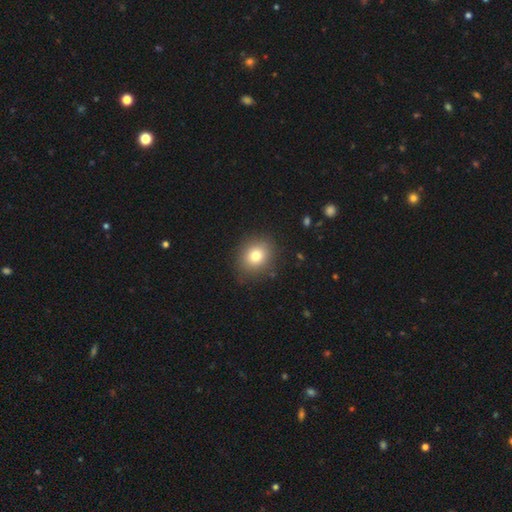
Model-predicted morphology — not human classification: This is likely a smooth galaxy (79%). How rounded: likely round (68%). Merging: clearly none (85%).